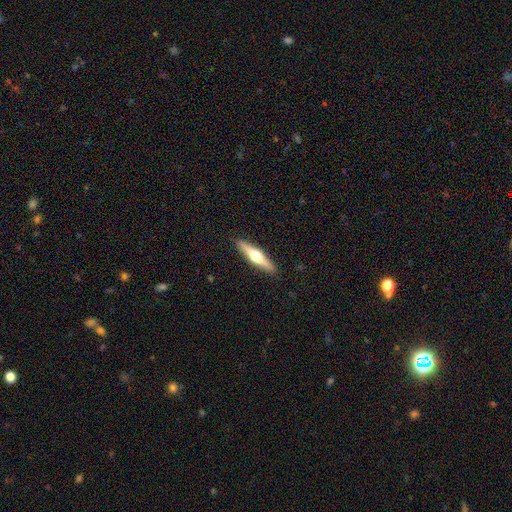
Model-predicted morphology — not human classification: The model was most divided on "smooth or featured": featured or disk: 52%, smooth: 43%, star or artifact: 5%. More confident: edge-on disk — yes (95%); merging — none (91%).